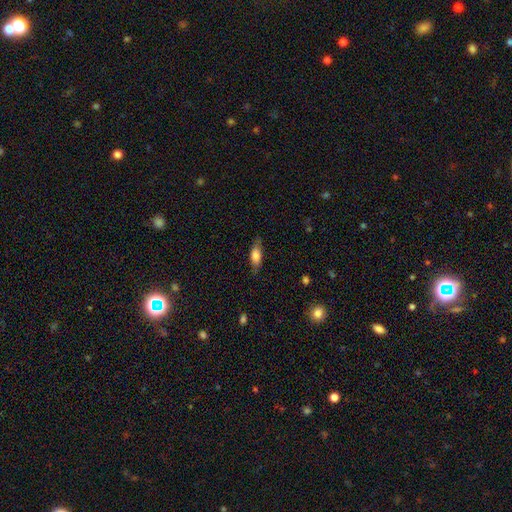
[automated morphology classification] This appears to be a smooth galaxy with no disk features (72%) that is in between round and cigar-shaped (67%). Merging: none (76%).